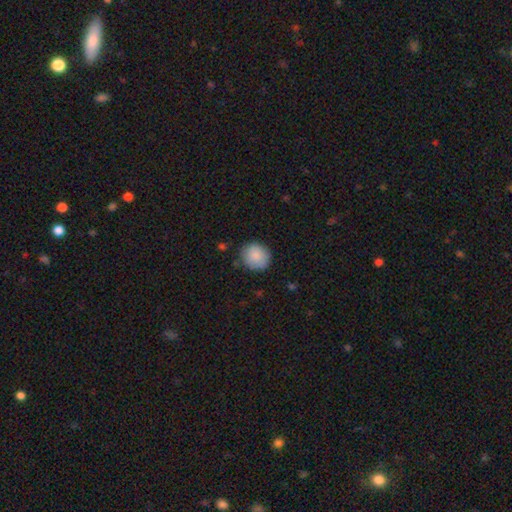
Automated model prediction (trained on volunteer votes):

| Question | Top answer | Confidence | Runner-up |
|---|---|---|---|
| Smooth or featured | smooth | 86% | featured or disk (7%) |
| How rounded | round | 86% | in between (13%) |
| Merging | none | 83% | minor disturbance (13%) |